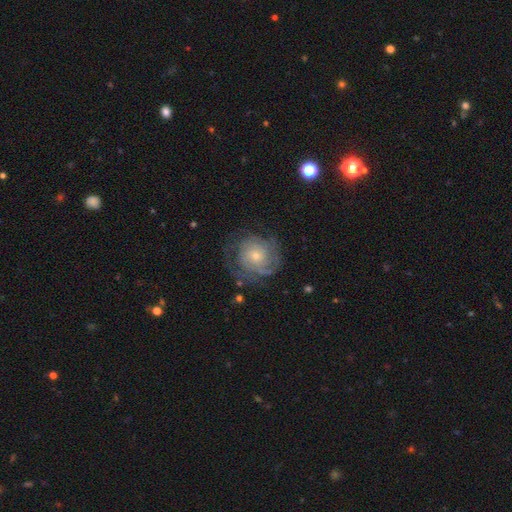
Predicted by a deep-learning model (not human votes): Overall: featured or disk (73%). Edge-on disk: no (98%). Bar: no (80%). Spiral arms: yes (89%). Spiral arm count: can't tell (41%; 2 24%). Spiral winding: tight (65%; medium 26%). Bulge size: small (61%; moderate 33%). Merging: none (68%).